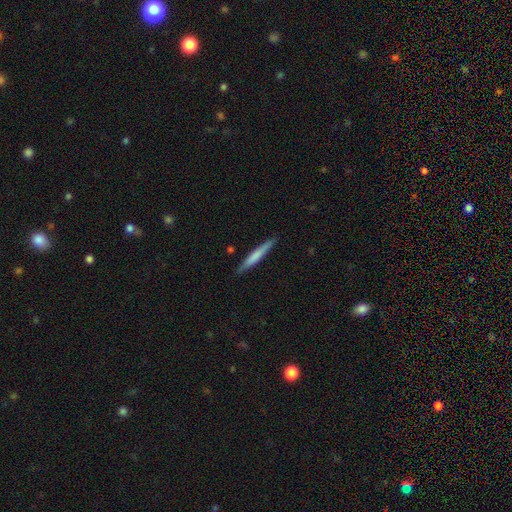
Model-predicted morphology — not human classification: This is possibly a smooth galaxy (59%). How rounded: clearly cigar-shaped (95%). Merging: clearly none (88%).